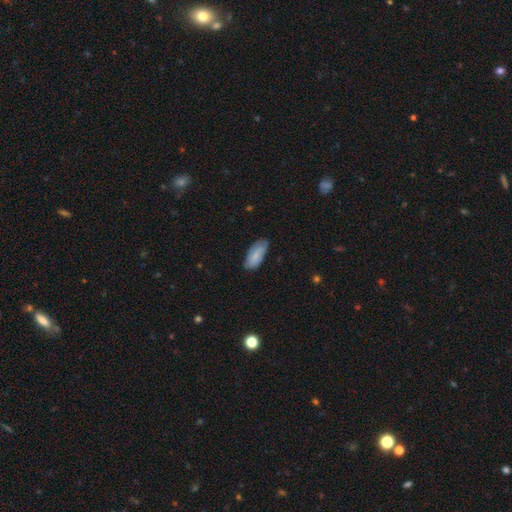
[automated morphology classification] smooth-or-featured: smooth: 78% | featured or disk: 16% | star or artifact: 6%
  how-rounded: in between: 89% | cigar-shaped: 9% | round: 2%
  merging: none: 74% | minor disturbance: 21% | major disturbance: 3% | merger: 1%